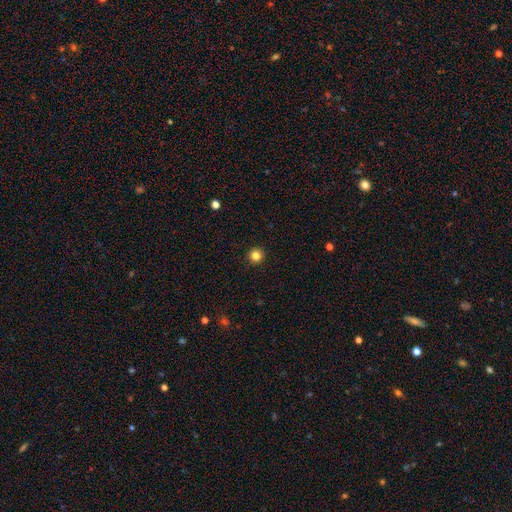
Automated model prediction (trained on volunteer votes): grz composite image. It shows a smooth galaxy with no disk features (83%) that is round (96%). Merging: none (93%).